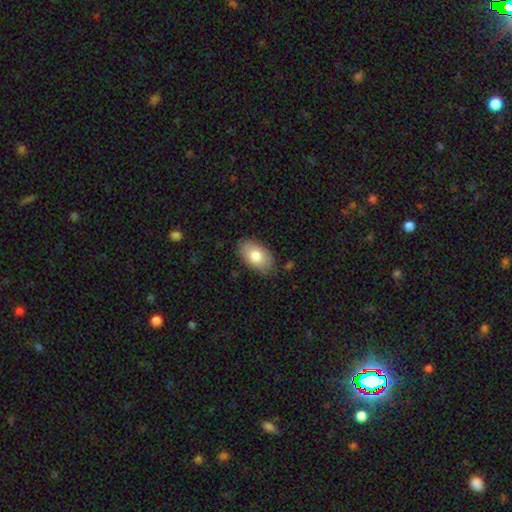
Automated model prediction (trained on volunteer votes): smooth 79%, featured or disk 15%, star or artifact 6%. Down the decision tree: how rounded — in between (94%); merging — none (83%).